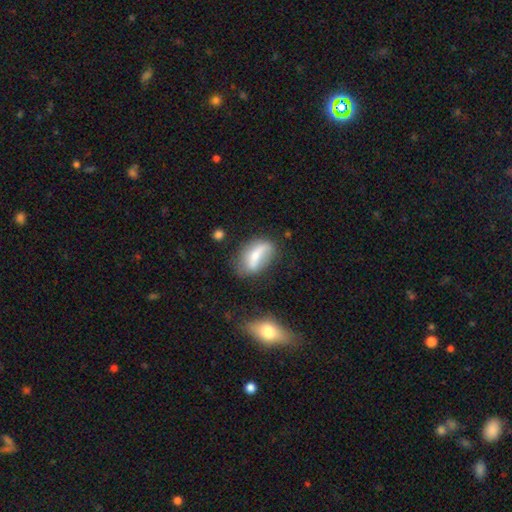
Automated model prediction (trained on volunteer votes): A smooth galaxy with no disk features (53%) that is in between round and cigar-shaped (81%).

Vote fractions:
- Smooth or featured? smooth: 53% / featured or disk: 38% / star or artifact: 8%
- How rounded? in between: 81% / cigar-shaped: 12% / round: 7%
- Merging? none: 49% / minor disturbance: 28% / major disturbance: 16% / merger: 7%